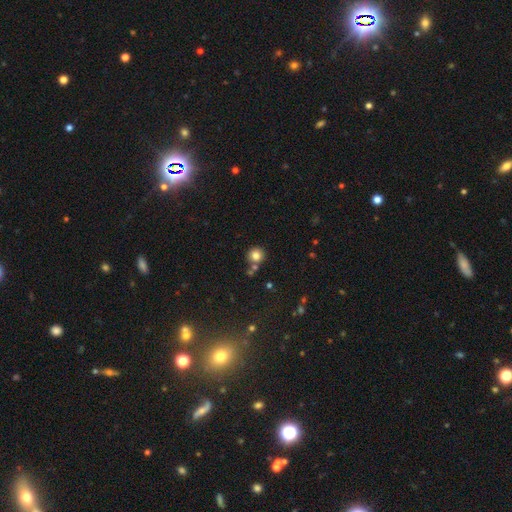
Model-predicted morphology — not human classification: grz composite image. It shows a smooth galaxy with no disk features (80%) that is round (92%). Merging: none (74%).